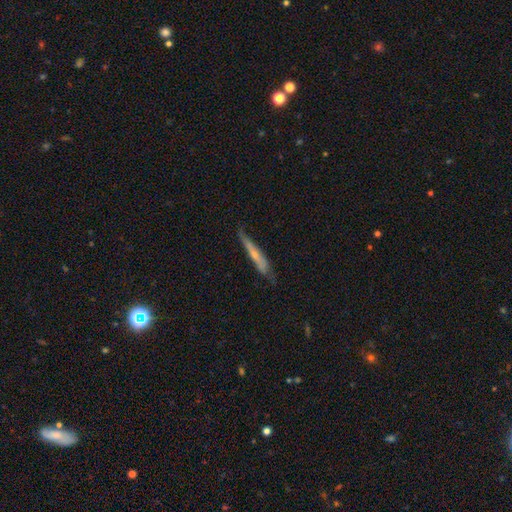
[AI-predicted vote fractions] Smooth or featured: smooth — 48% (featured or disk — 46%)
Merging: none — 61% (minor disturbance — 29%)